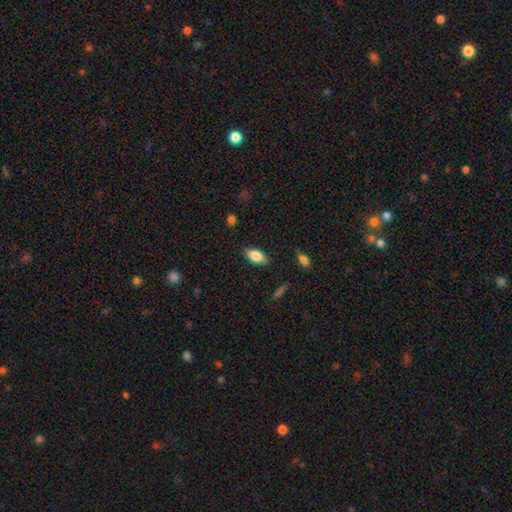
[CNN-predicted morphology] type=smooth (79%); roundness=in between (88%); merging=none (84%).